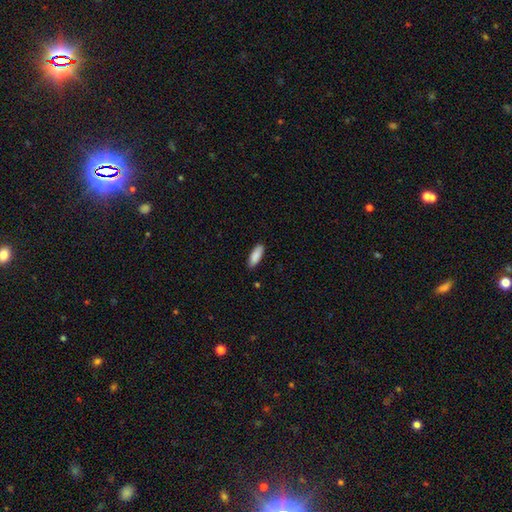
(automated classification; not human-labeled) A smooth galaxy with no disk features (88%) that is in between round and cigar-shaped (68%).

Vote fractions:
- Smooth or featured? smooth: 88% / featured or disk: 6% / star or artifact: 6%
- How rounded? in between: 68% / cigar-shaped: 30% / round: 2%
- Merging? none: 87% / minor disturbance: 10% / major disturbance: 2% / merger: 1%